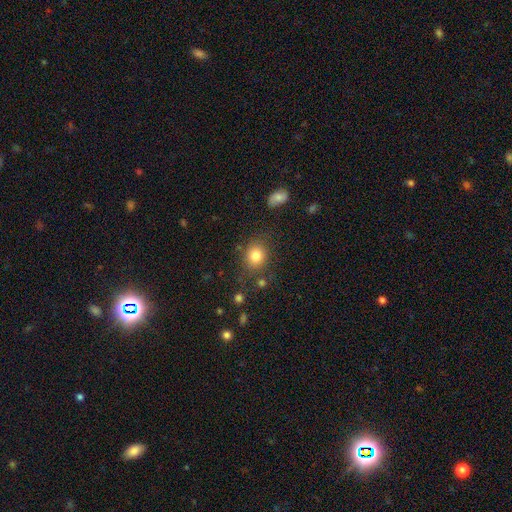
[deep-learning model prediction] This appears to be a smooth galaxy with no disk features (82%) that is round (70%). Merging: none (79%).